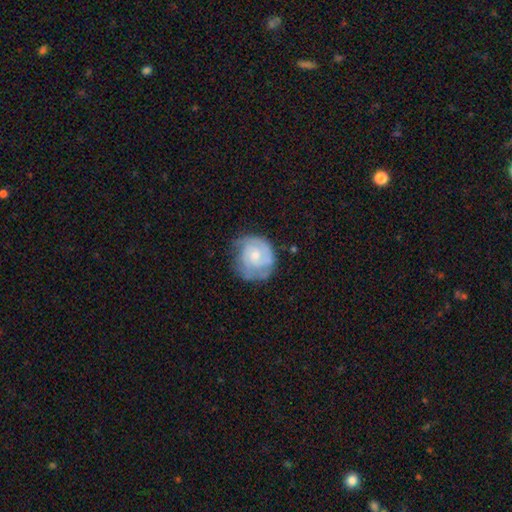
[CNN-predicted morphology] type=featured or disk (70%); edge-on=no (98%); bar=no (75%); spiral arms=yes (87%); winding=tight (60%); arm count=2 (36%); bulge=small (47%); merging=none (60%).